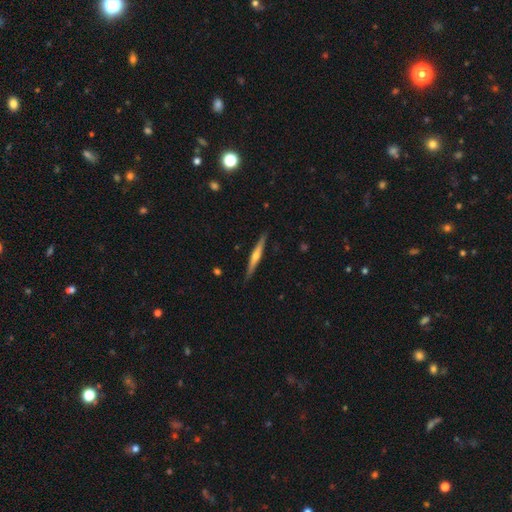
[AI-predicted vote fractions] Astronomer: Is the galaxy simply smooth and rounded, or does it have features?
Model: featured or disk — 65%.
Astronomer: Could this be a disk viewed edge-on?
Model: yes — 98%.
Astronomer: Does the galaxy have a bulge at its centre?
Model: rounded — 82%.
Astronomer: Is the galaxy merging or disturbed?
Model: none — 89%.